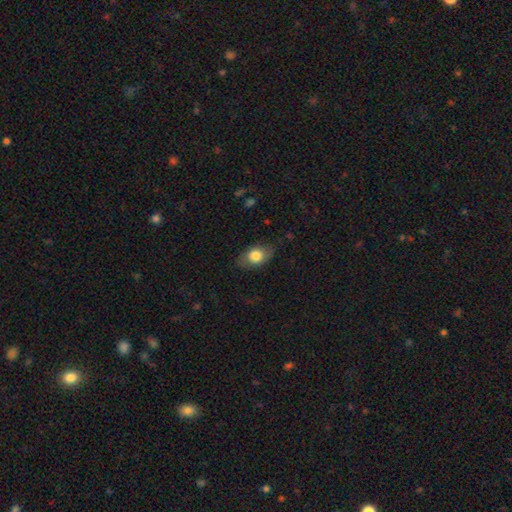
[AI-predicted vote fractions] Smooth or featured: smooth — 74% (featured or disk — 19%)
How rounded: in between — 83% (round — 15%)
Merging: none — 77% (minor disturbance — 17%)